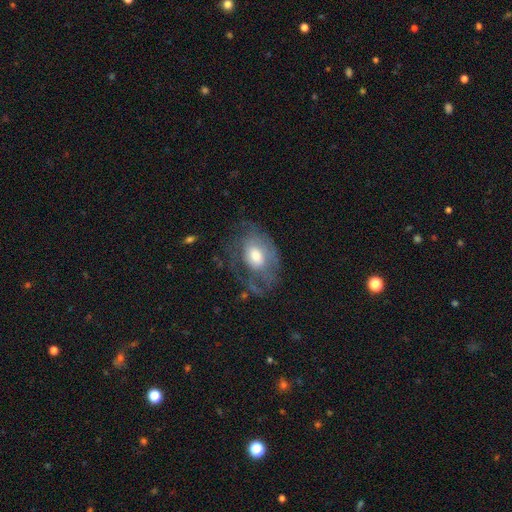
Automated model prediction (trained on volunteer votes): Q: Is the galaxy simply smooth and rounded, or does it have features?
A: featured or disk — 58%.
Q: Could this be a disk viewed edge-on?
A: no — 94%.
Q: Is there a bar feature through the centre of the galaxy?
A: no — 74%.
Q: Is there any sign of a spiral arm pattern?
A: yes — 60%.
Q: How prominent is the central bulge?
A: moderate — 50%.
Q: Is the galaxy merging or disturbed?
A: none — 46%.